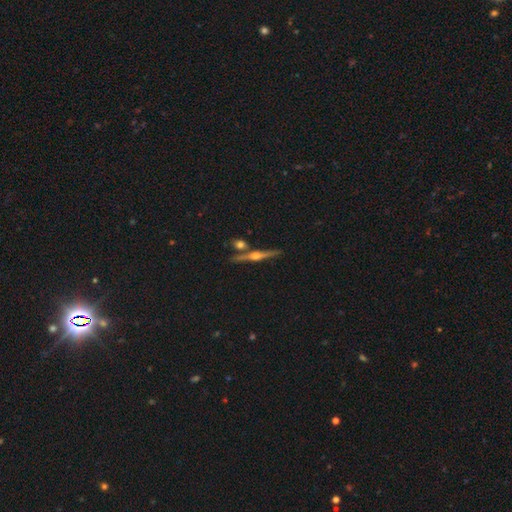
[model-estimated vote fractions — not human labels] A featured or disk galaxy (84%) viewed edge-on (98%) with a rounded central bulge (94%).

Vote fractions:
- Smooth or featured? featured or disk: 84% / smooth: 10% / star or artifact: 6%
- Edge-on disk? yes: 98% / no: 2%
- Edge-on bulge? rounded: 94% / boxy: 3% / none: 3%
- Merging? none: 82% / merger: 9% / minor disturbance: 7% / major disturbance: 2%